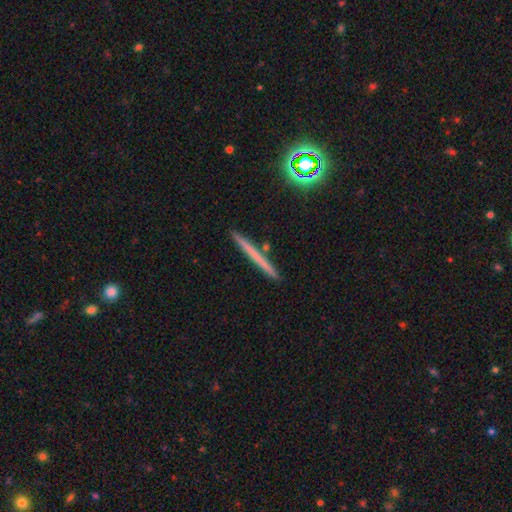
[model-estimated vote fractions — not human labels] This is possibly a smooth galaxy (51%). How rounded: clearly cigar-shaped (96%). Merging: clearly none (92%).